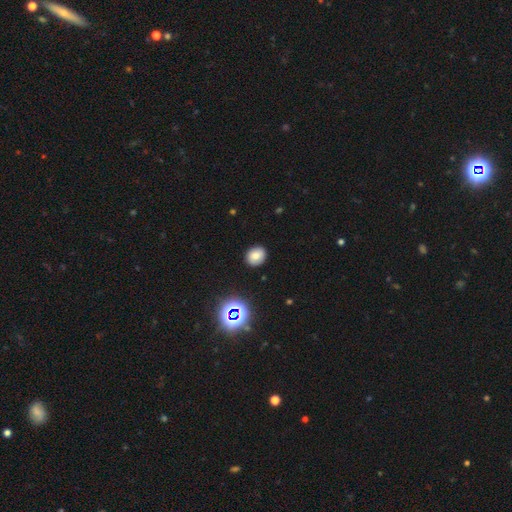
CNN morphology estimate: Smooth or featured: smooth — 71% (star or artifact — 15%)
How rounded: round — 72% (in between — 27%)
Merging: none — 89% (minor disturbance — 8%)